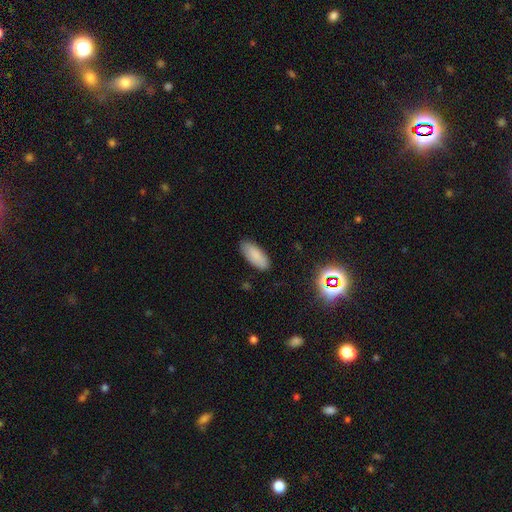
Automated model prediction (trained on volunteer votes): Smooth or featured?
  - smooth: 86% *
  - star or artifact: 7%
  - featured or disk: 7%
How rounded?
  - in between: 83% *
  - cigar-shaped: 16%
  - round: 2%
Merging?
  - none: 85% *
  - minor disturbance: 12%
  - major disturbance: 2%
  - merger: 1%